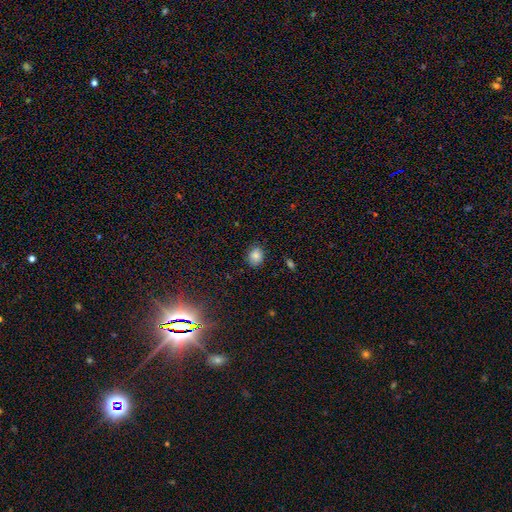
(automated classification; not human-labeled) smooth-or-featured: smooth: 83% | star or artifact: 11% | featured or disk: 6%
  how-rounded: round: 62% | in between: 37% | cigar-shaped: 1%
  merging: none: 81% | minor disturbance: 14% | major disturbance: 3% | merger: 1%